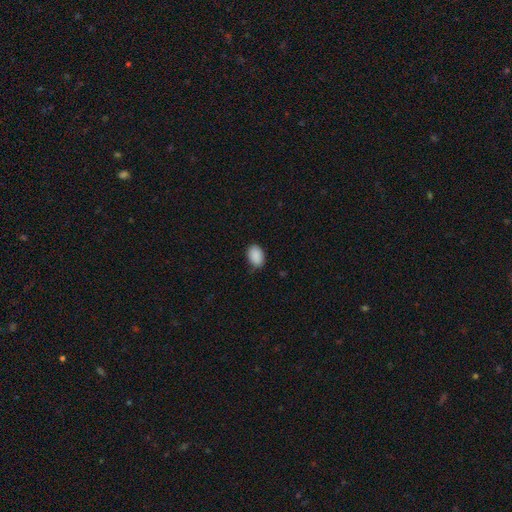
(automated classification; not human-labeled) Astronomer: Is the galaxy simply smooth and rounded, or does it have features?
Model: smooth — 90%.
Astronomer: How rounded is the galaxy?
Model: in between — 82%.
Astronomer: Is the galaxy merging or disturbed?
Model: none — 74%.